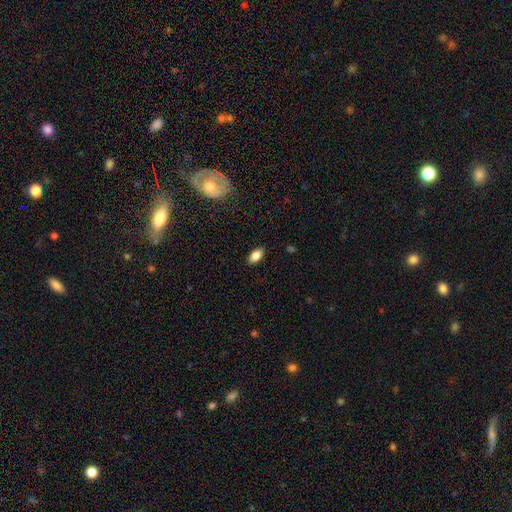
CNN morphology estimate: Q: Smooth or featured?
A: smooth (81%); runner-up: featured or disk (11%)
Q: How rounded?
A: in between (89%); runner-up: cigar-shaped (7%)
Q: Merging?
A: none (88%); runner-up: minor disturbance (9%)